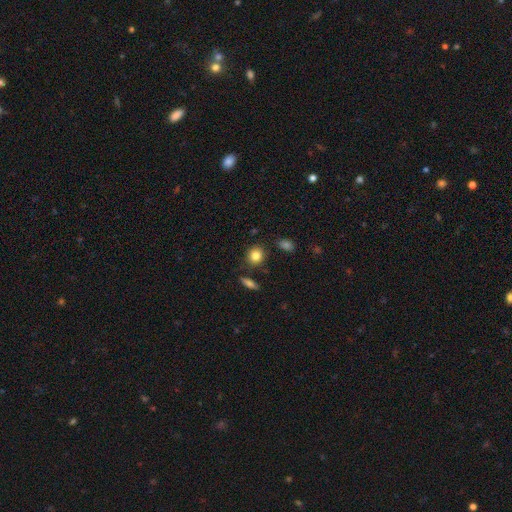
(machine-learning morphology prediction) This is clearly a smooth galaxy (84%). How rounded: likely round (75%). Merging: clearly none (82%).